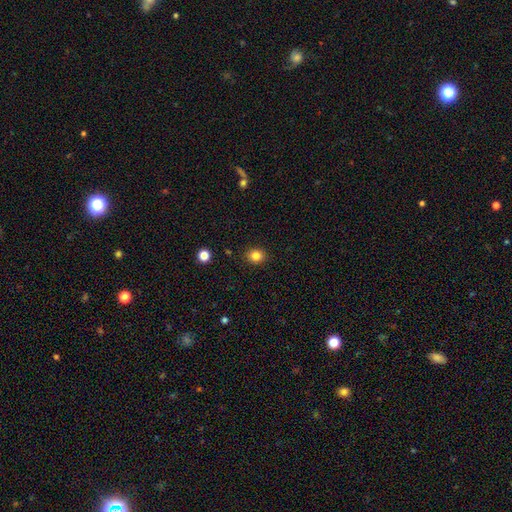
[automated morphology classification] Smooth or featured? Predicted: smooth (p=0.83). How rounded? Predicted: round (p=0.73). Merging? Predicted: none (p=0.90).